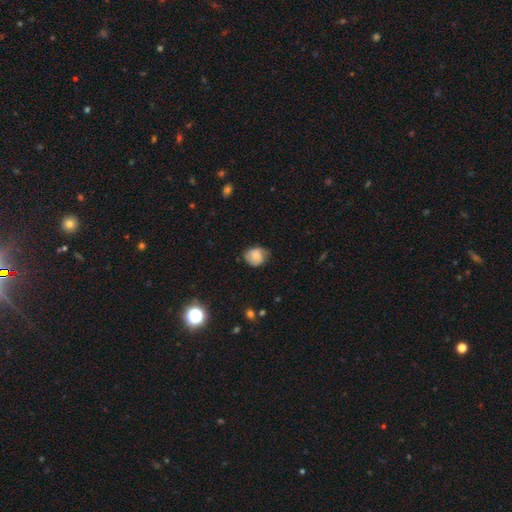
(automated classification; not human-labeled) This is likely a smooth galaxy (65%). How rounded: likely round (64%). Merging: possibly none (55%).